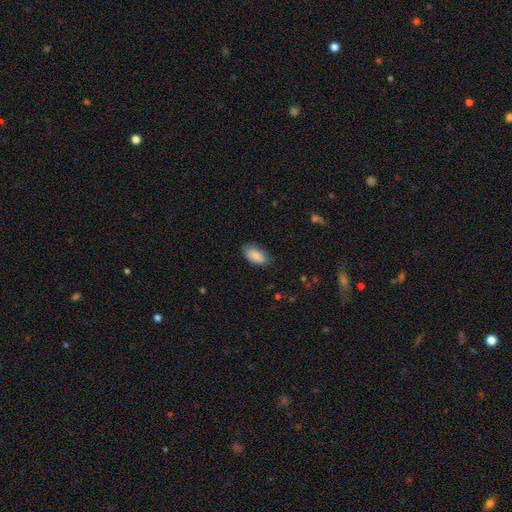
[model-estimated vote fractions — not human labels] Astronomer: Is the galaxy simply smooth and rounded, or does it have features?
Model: smooth — 86%.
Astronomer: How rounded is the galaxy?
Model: in between — 93%.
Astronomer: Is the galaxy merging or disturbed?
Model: none — 76%.